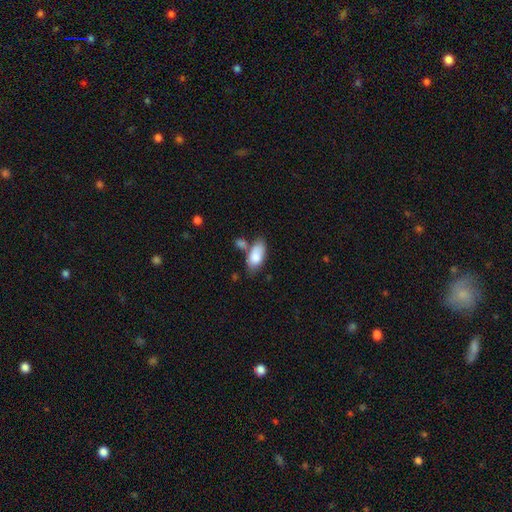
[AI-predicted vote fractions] smooth_or_featured: smooth (p=0.84) [alt: featured or disk p=0.10]
how_rounded: in between (p=0.91) [alt: cigar-shaped p=0.07]
merging: none (p=0.54) [alt: minor disturbance p=0.21]